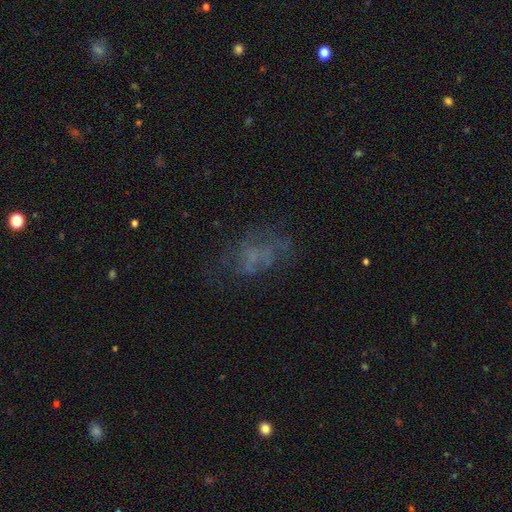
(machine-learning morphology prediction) Smooth or featured?
  - featured or disk: 45% *
  - smooth: 31%
  - star or artifact: 23%
Merging?
  - none: 49% *
  - major disturbance: 29%
  - minor disturbance: 19%
  - merger: 3%